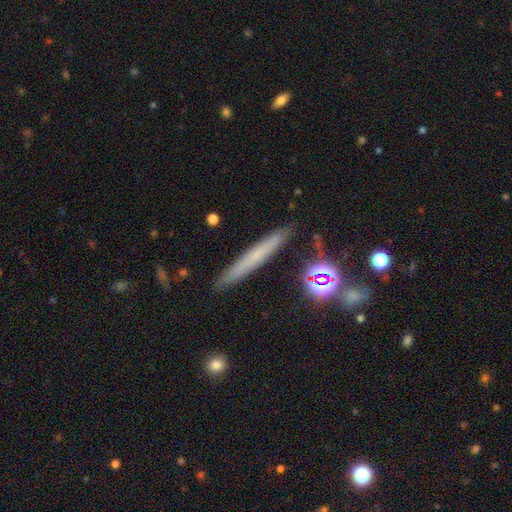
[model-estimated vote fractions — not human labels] Smooth or featured: smooth — 55% (featured or disk — 34%)
How rounded: cigar-shaped — 95% (in between — 3%)
Merging: none — 89% (minor disturbance — 8%)